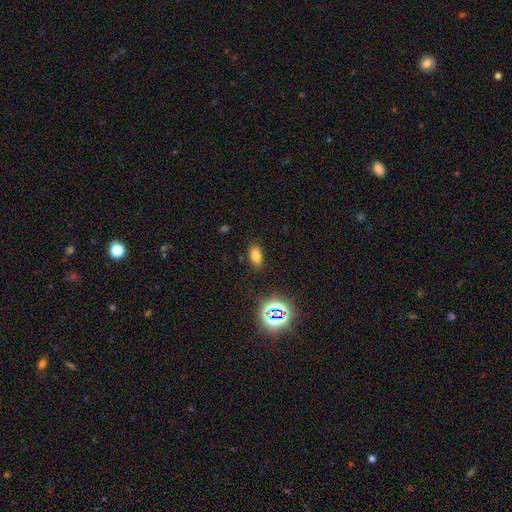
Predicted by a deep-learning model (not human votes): This is likely a smooth galaxy (72%). How rounded: clearly in between (89%). Merging: clearly none (86%).